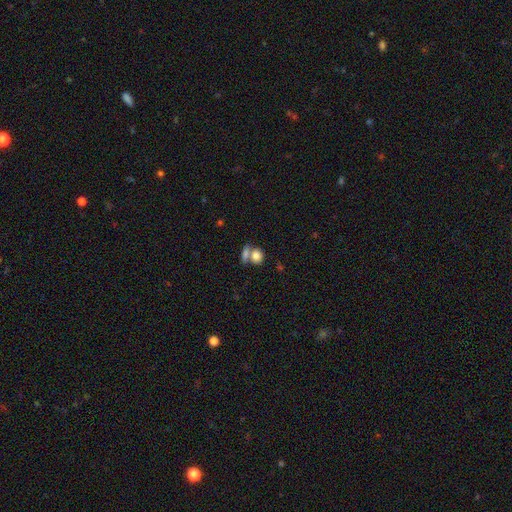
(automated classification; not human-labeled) Q: Smooth or featured?
A: smooth (80%); runner-up: featured or disk (11%)
Q: How rounded?
A: round (55%); runner-up: in between (42%)
Q: Merging?
A: none (44%); runner-up: merger (43%)